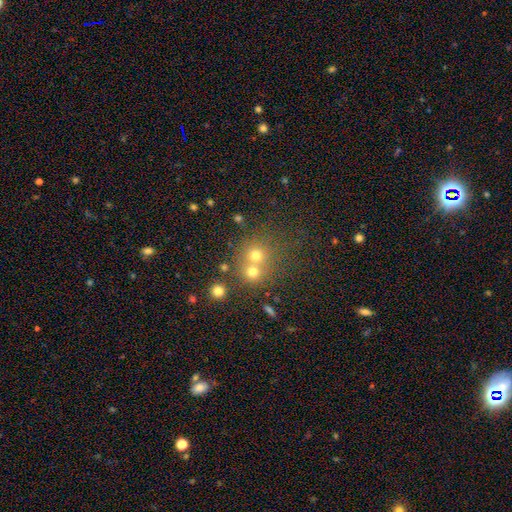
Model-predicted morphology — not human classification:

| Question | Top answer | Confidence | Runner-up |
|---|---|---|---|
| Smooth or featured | smooth | 70% | star or artifact (18%) |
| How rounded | round | 86% | in between (13%) |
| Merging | none | 46% | merger (43%) |